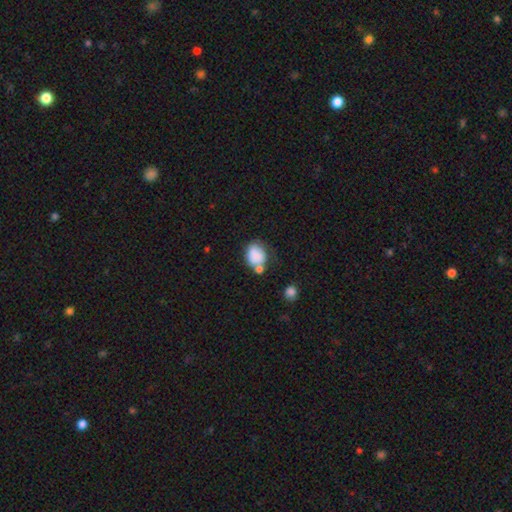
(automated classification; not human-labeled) The model was most divided on "how rounded": in between: 56%, round: 43%, cigar-shaped: 1%. Remaining: smooth or featured — smooth (81%); merging — none (46%).